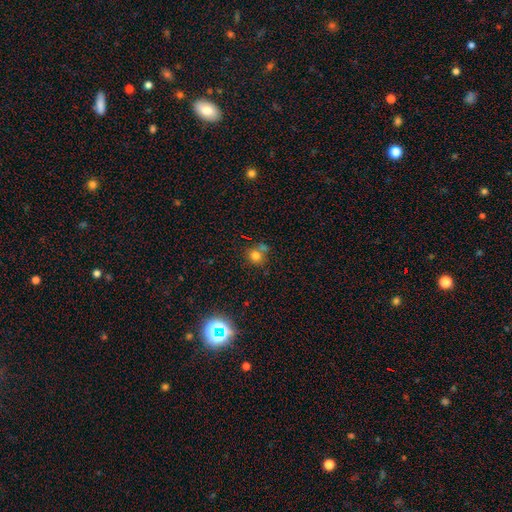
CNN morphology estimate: Smooth or featured?
  - smooth: 76% *
  - star or artifact: 14%
  - featured or disk: 10%
How rounded?
  - round: 84% *
  - in between: 15%
  - cigar-shaped: 1%
Merging?
  - none: 55% *
  - merger: 26%
  - minor disturbance: 13%
  - major disturbance: 6%